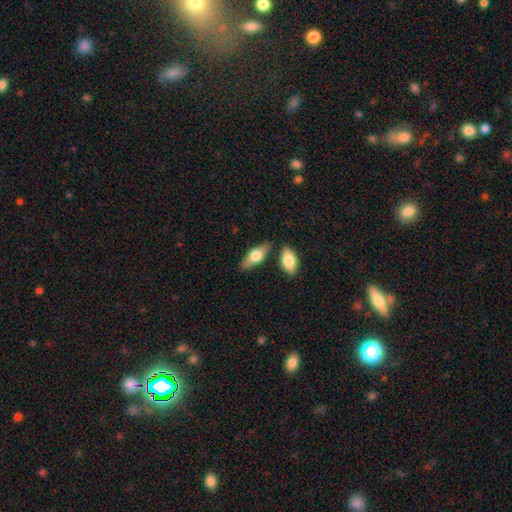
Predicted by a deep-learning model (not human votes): This appears to be a smooth galaxy with no disk features (60%) that is in between round and cigar-shaped (71%). Merging: none (73%).